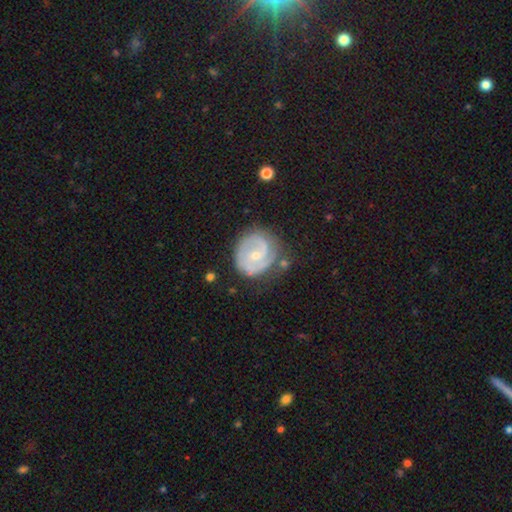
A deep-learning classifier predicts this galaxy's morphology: Smooth or featured: featured or disk — 77% (smooth — 17%)
Edge-on disk: no — 98% (yes — 2%)
Bar: no — 54% (weak — 37%)
Spiral arms: yes — 86% (no — 14%)
Spiral winding: tight — 54% (medium — 35%)
Spiral arm count: 2 — 62% (can't tell — 18%)
Bulge size: small — 59% (moderate — 39%)
Merging: none — 66% (minor disturbance — 22%)